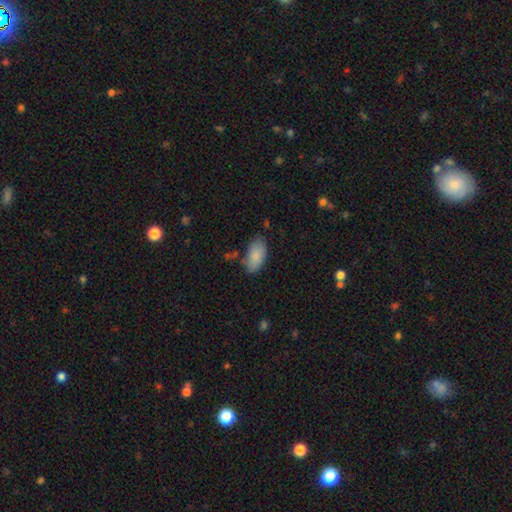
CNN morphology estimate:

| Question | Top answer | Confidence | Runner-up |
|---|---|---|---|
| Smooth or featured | smooth | 86% | featured or disk (8%) |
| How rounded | in between | 94% | cigar-shaped (4%) |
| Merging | none | 74% | minor disturbance (18%) |